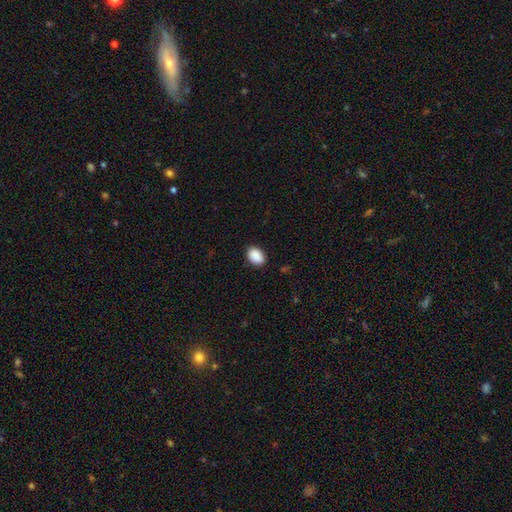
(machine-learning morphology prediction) smooth-or-featured: smooth: 90% | star or artifact: 7% | featured or disk: 3%
  how-rounded: in between: 82% | round: 17% | cigar-shaped: 1%
  merging: none: 87% | minor disturbance: 10% | major disturbance: 2% | merger: 1%